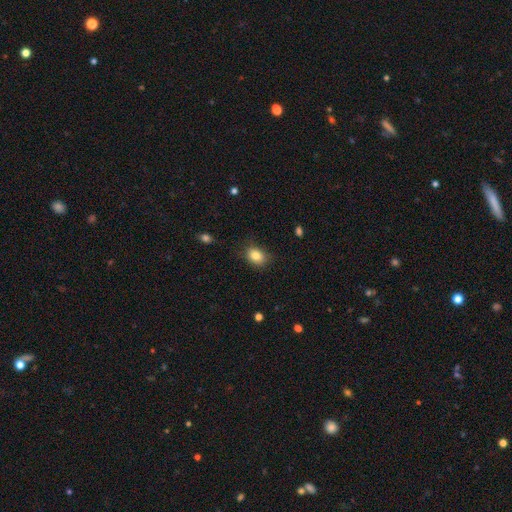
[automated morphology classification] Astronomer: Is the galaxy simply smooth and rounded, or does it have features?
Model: smooth — 84%.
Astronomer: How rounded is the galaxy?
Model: in between — 61% (runner-up: round, 38%).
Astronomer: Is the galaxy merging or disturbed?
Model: none — 79%.